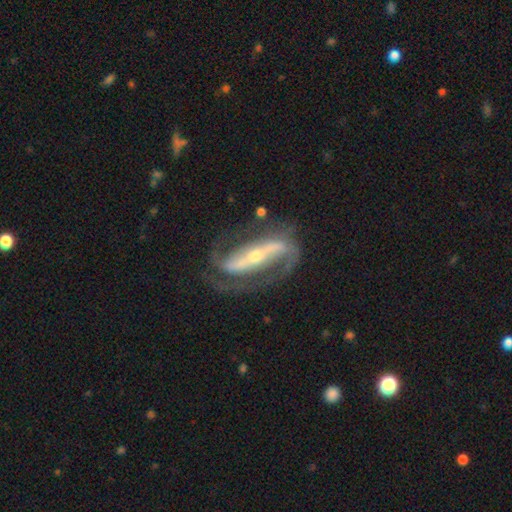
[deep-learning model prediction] Smooth or featured? featured or disk (90%)
Edge-on disk? no (89%)
Bar? strong (76%)
Spiral arms? yes (95%)
Spiral winding? medium (48%)
Spiral arm count? 2 (90%)
Bulge size? small (61%)
Merging? none (72%)